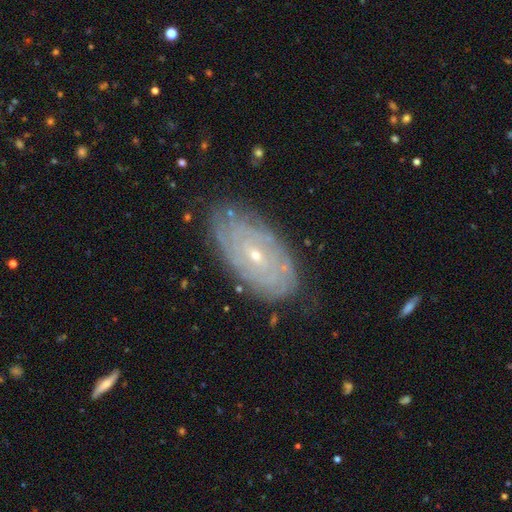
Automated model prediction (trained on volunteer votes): Smooth or featured?
  - featured or disk: 79% *
  - smooth: 14%
  - star or artifact: 7%
Edge-on disk?
  - no: 92% *
  - yes: 8%
Bar?
  - no: 66% *
  - weak: 27%
  - strong: 7%
Spiral arms?
  - yes: 90% *
  - no: 10%
Spiral winding?
  - tight: 83% *
  - medium: 13%
  - loose: 4%
Spiral arm count?
  - can't tell: 56% *
  - 2: 12%
  - 4: 10%
  - more than 4: 9%
  - 3: 8%
  - 1: 5%
Bulge size?
  - small: 76% *
  - moderate: 21%
  - none: 1%
  - large: 1%
  - dominant: 1%
Merging?
  - none: 80% *
  - minor disturbance: 15%
  - major disturbance: 4%
  - merger: 1%